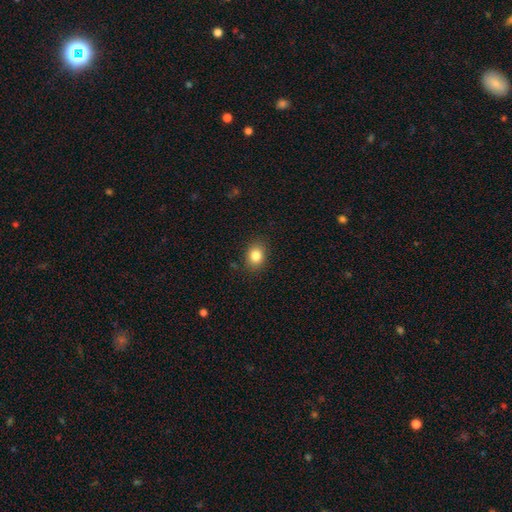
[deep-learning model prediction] Overall: smooth (84%). How rounded: round (50%; in between 49%). Merging: none (86%).